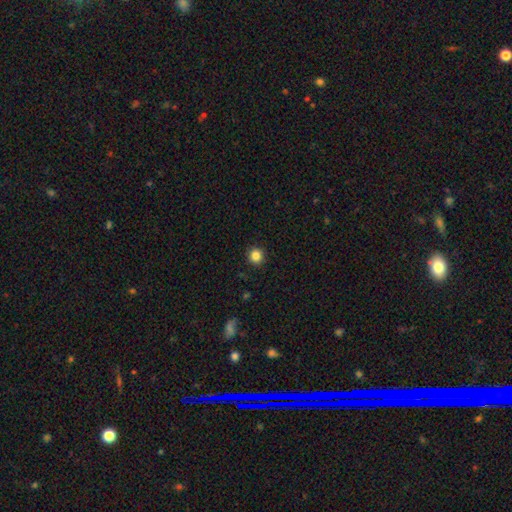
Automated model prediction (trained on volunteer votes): Smooth or featured: smooth — 84% (star or artifact — 11%)
How rounded: round — 94% (in between — 5%)
Merging: none — 92% (minor disturbance — 5%)